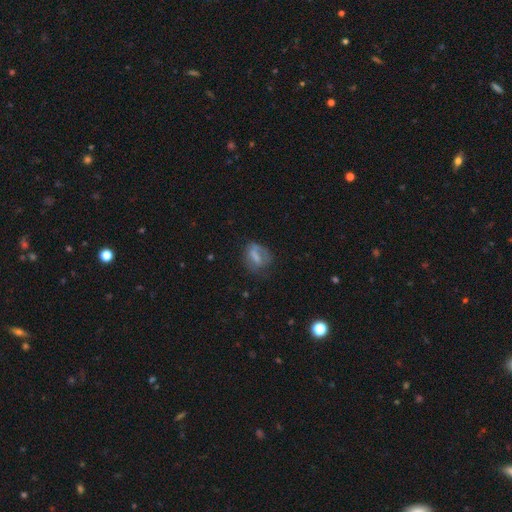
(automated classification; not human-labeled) smooth-or-featured: smooth: 59% | featured or disk: 30% | star or artifact: 10%
  how-rounded: in between: 61% | round: 32% | cigar-shaped: 8%
  merging: none: 47% | minor disturbance: 27% | major disturbance: 23% | merger: 3%